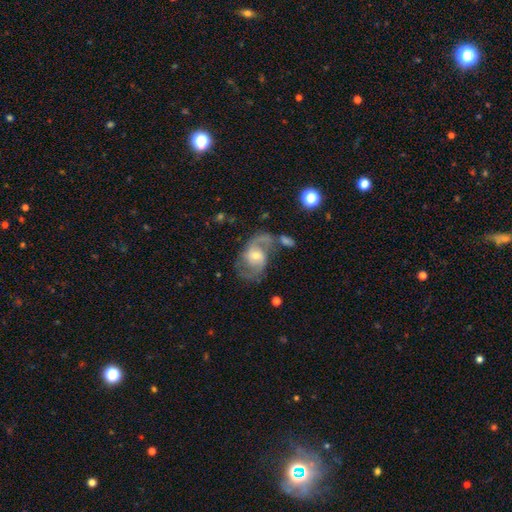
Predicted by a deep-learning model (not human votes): A featured or disk galaxy (83%) with no bar (50%), 2 (85%) medium (48%) spiral arms (93%) and a small central bulge (47%). Merging: none (47%).